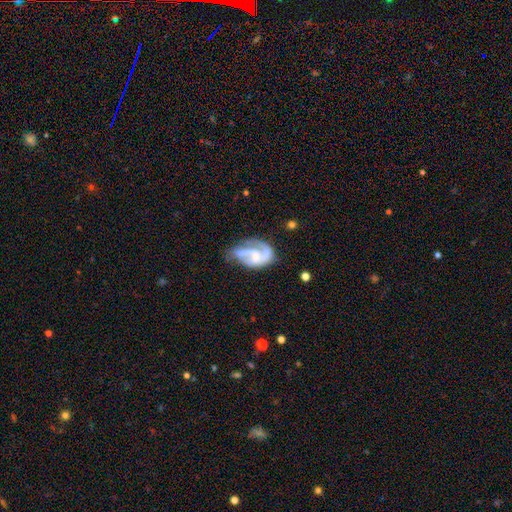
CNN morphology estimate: smooth-or-featured: featured or disk: 74% | smooth: 19% | star or artifact: 7%
  disk-edge-on: no: 98% | yes: 2%
    bar: no: 49% | weak: 38% | strong: 13%
    has-spiral-arms: yes: 84% | no: 16%
      spiral-winding: medium: 44% | loose: 32% | tight: 23%
      spiral-arm-count: 2: 54% | 1: 22% | can't tell: 12% | 3: 8% | 4: 2% | more than 4: 2%
    bulge-size: none: 39% | small: 32% | moderate: 22% | large: 6% | dominant: 2%
  merging: major disturbance: 35% | none: 32% | minor disturbance: 27% | merger: 6%